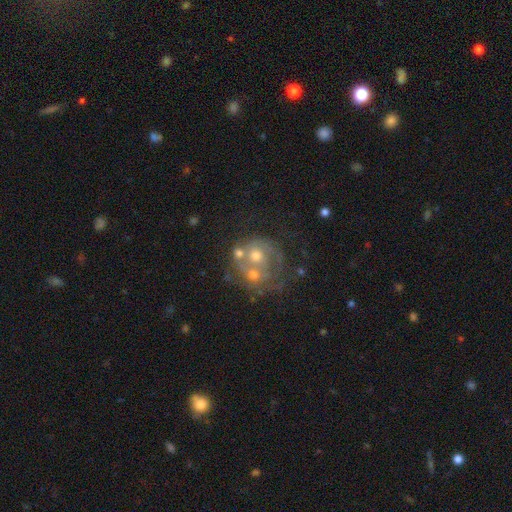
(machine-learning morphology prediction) Smooth or featured: featured or disk — 64% (smooth — 25%)
Edge-on disk: no — 98% (yes — 2%)
Bar: no — 86% (weak — 12%)
Spiral arms: no — 52% (yes — 48%)
Bulge size: moderate — 60% (small — 29%)
Merging: merger — 41% (none — 31%)